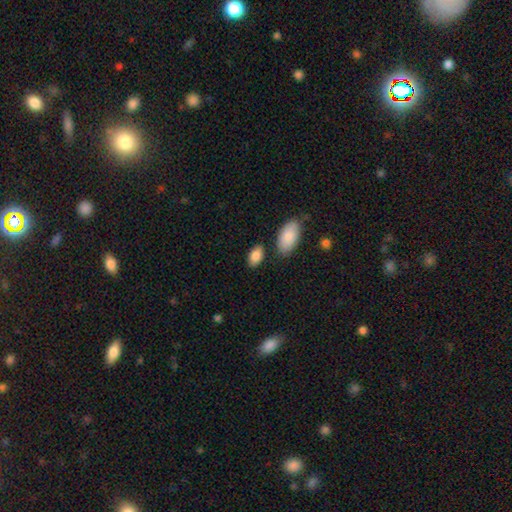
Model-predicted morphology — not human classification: type=smooth (86%); roundness=in between (93%); merging=none (79%).